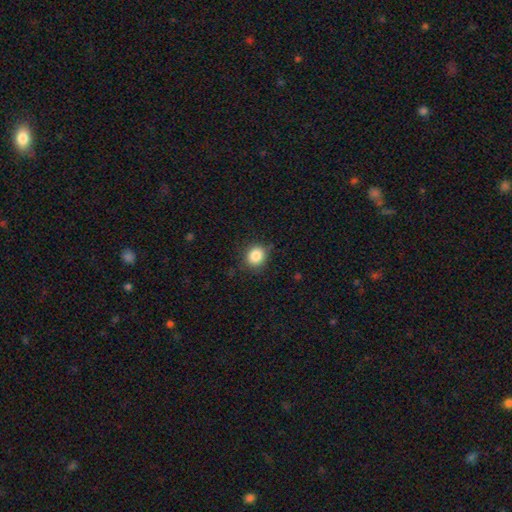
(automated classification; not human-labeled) This appears to be a smooth galaxy with no disk features (85%) that is round (77%). Merging: none (83%).